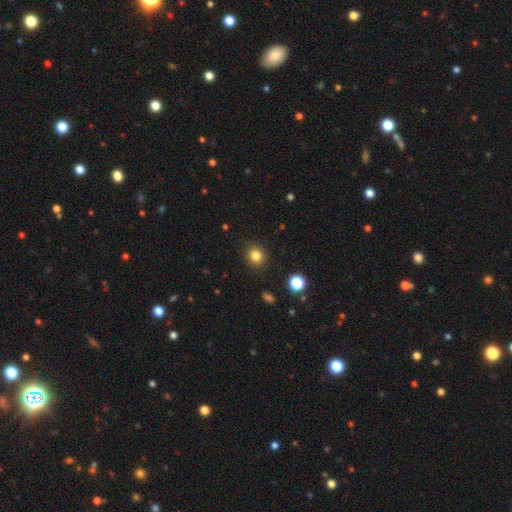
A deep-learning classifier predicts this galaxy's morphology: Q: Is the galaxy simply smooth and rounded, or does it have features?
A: smooth — 82%.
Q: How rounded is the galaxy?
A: round — 85%.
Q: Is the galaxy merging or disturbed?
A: none — 90%.